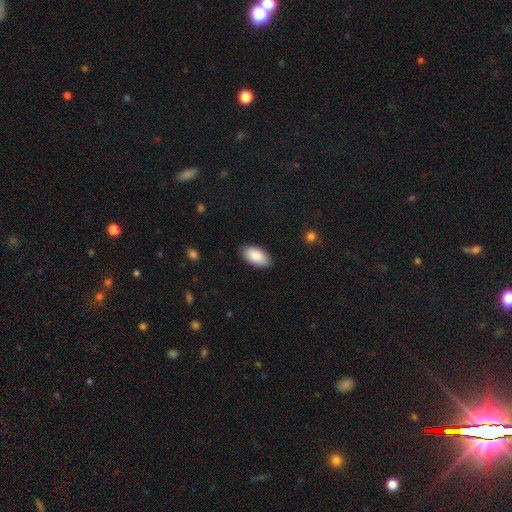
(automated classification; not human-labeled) A smooth galaxy with no disk features (89%) that is in between round and cigar-shaped (95%). Merging: none (87%).